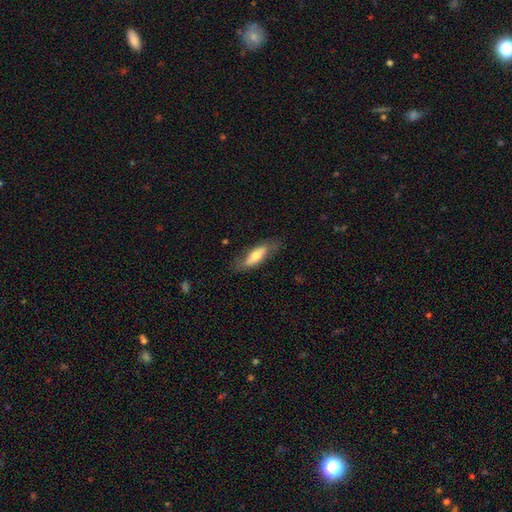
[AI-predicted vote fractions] The model was most divided on "how rounded": in between: 55%, cigar-shaped: 43%, round: 2%. More confident: merging — none (74%); smooth or featured — smooth (62%).